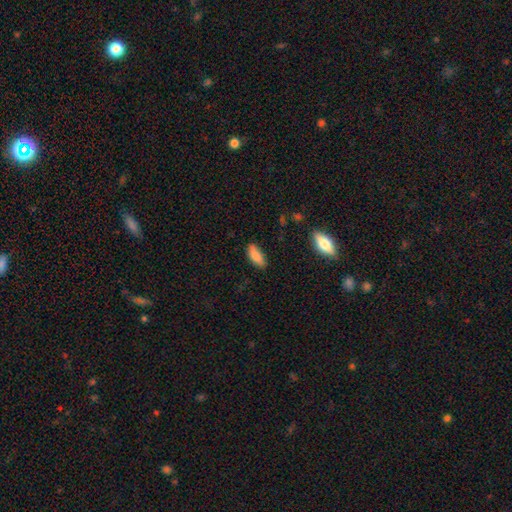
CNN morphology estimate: smooth 84%, featured or disk 9%, star or artifact 7%. Down the decision tree: how rounded — in between (78%); merging — none (77%).